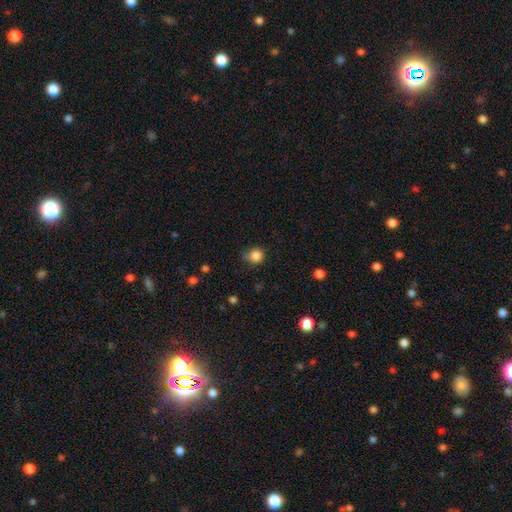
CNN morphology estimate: Q: Smooth or featured?
A: smooth (85%); runner-up: star or artifact (11%)
Q: How rounded?
A: round (88%); runner-up: in between (11%)
Q: Merging?
A: none (66%); runner-up: minor disturbance (25%)